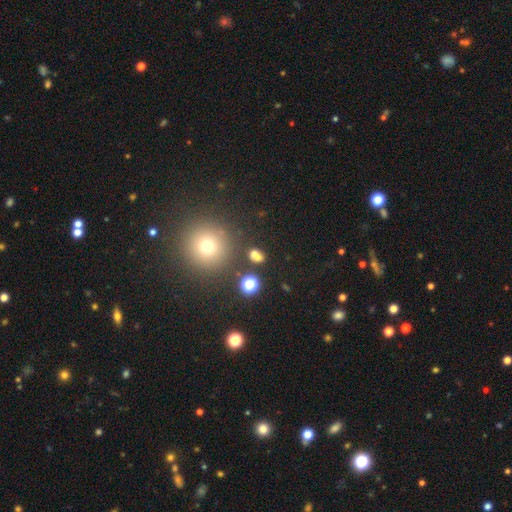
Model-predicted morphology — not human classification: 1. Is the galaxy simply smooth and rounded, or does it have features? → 70% smooth, 23% star or artifact, 7% featured or disk.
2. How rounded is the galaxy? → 51% in between, 46% round, 3% cigar-shaped.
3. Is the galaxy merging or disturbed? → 74% none, 11% merger, 10% minor disturbance, 5% major disturbance.